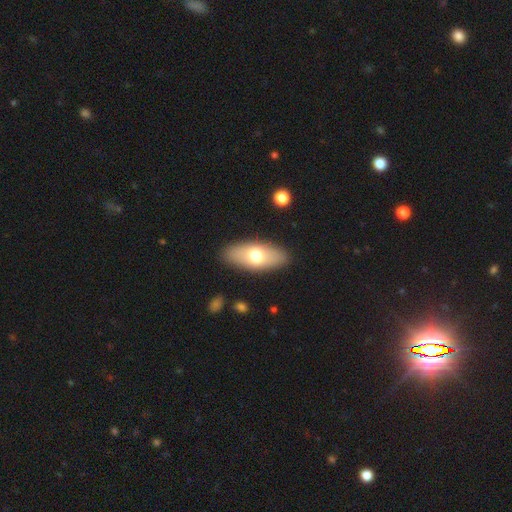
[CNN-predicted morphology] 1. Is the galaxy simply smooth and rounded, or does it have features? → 65% smooth, 29% featured or disk, 6% star or artifact.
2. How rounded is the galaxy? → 85% in between, 12% cigar-shaped, 3% round.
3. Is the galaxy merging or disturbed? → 88% none, 8% minor disturbance, 2% major disturbance, 1% merger.